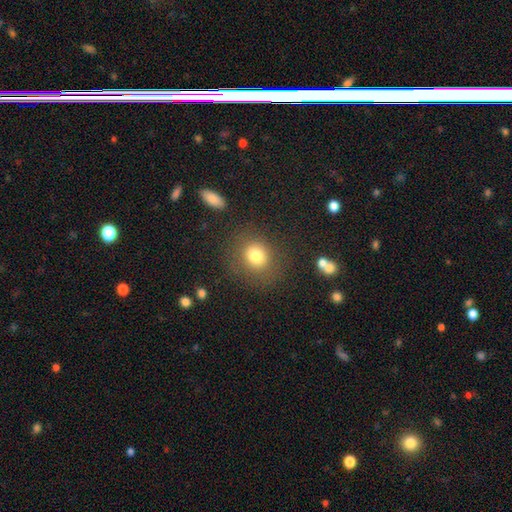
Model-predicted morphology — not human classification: Smooth or featured: smooth — 78% (star or artifact — 12%)
How rounded: round — 71% (in between — 28%)
Merging: none — 79% (minor disturbance — 12%)